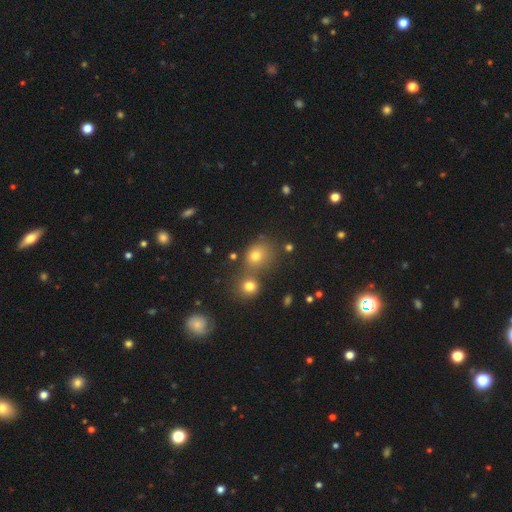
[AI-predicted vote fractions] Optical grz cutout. It shows a smooth galaxy with no disk features (72%) that is round (70%). Merging: none (54%).